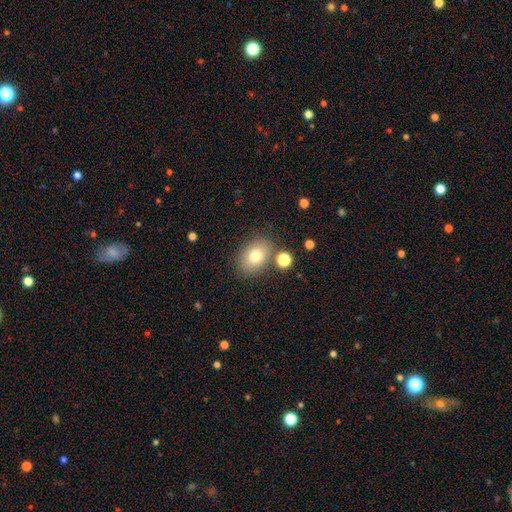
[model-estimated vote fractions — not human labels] This is likely a smooth galaxy (77%). How rounded: likely in between (73%). Merging: likely none (78%).